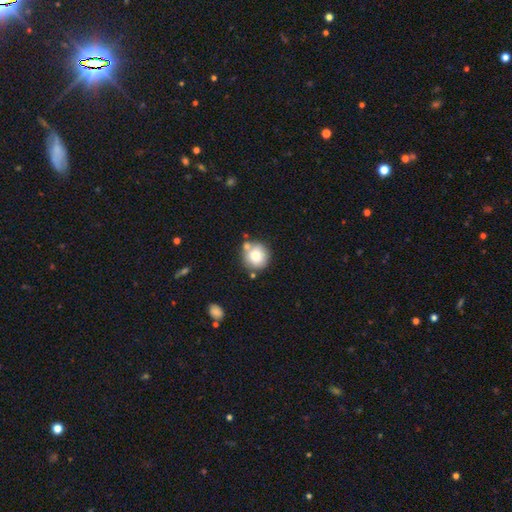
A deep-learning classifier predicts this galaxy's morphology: Smooth or featured? Predicted: smooth (p=0.78). How rounded? Predicted: round (p=0.91). Merging? Predicted: none (p=0.67).